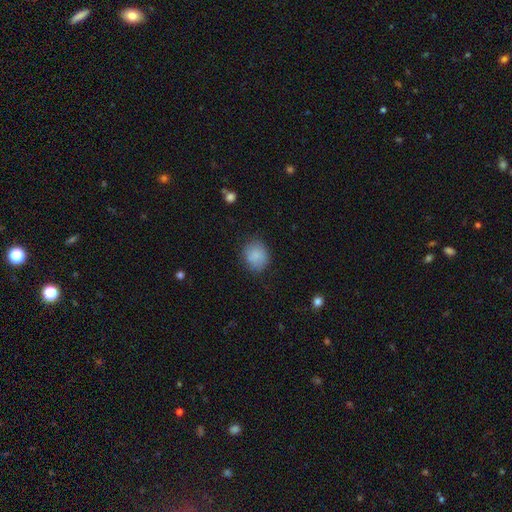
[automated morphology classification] type=smooth (87%); roundness=round (70%); merging=none (81%).